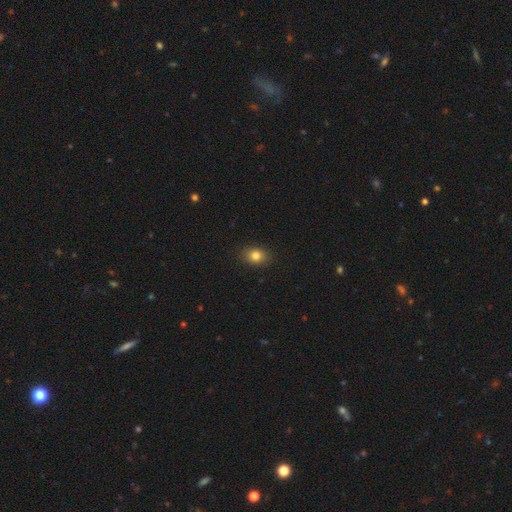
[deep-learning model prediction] Smooth or featured?
  - smooth: 81% *
  - star or artifact: 11%
  - featured or disk: 7%
How rounded?
  - in between: 61% *
  - round: 37%
  - cigar-shaped: 1%
Merging?
  - none: 89% *
  - minor disturbance: 8%
  - major disturbance: 2%
  - merger: 1%